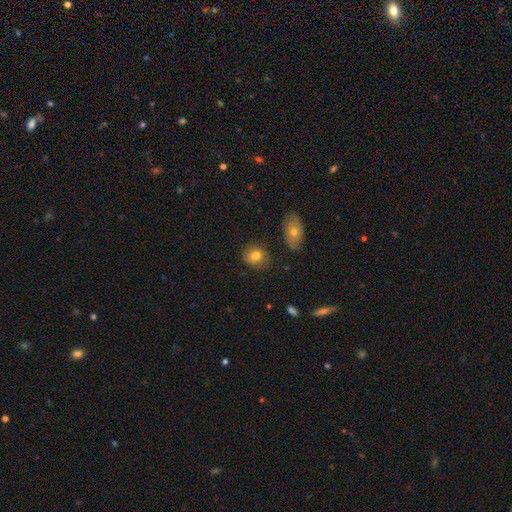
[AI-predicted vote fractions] A smooth galaxy with no disk features (80%) that is round (67%). Merging: none (83%).